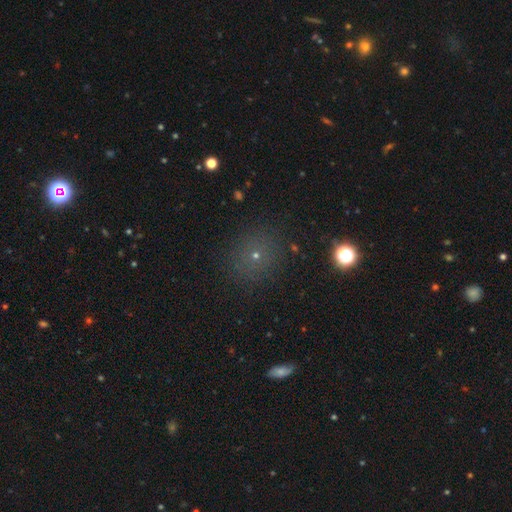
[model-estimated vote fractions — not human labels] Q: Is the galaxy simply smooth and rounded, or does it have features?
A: smooth — 59%.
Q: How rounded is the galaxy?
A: round — 88%.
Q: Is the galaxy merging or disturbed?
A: none — 86%.